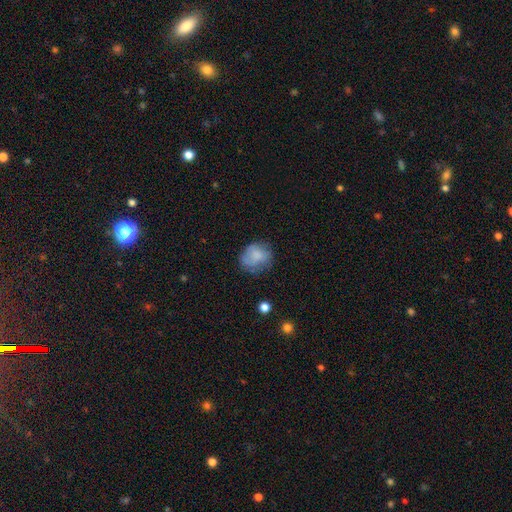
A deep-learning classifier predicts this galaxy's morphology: The model was most divided on "how rounded": round: 61%, in between: 38%, cigar-shaped: 1%. More confident: smooth or featured — smooth (73%); merging — none (57%).